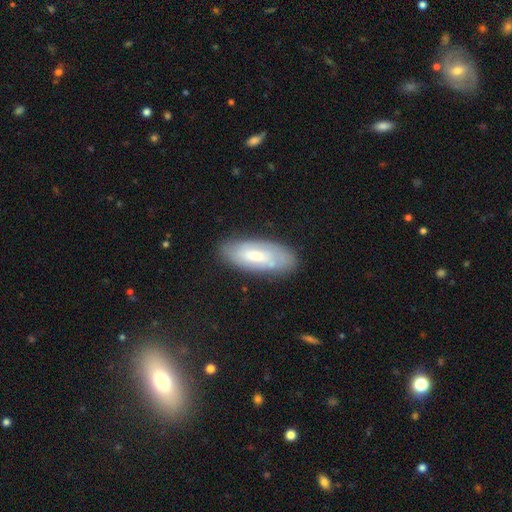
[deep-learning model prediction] This appears to be a smooth galaxy with no disk features (51%) that is in between round and cigar-shaped (78%). Merging: none (77%).